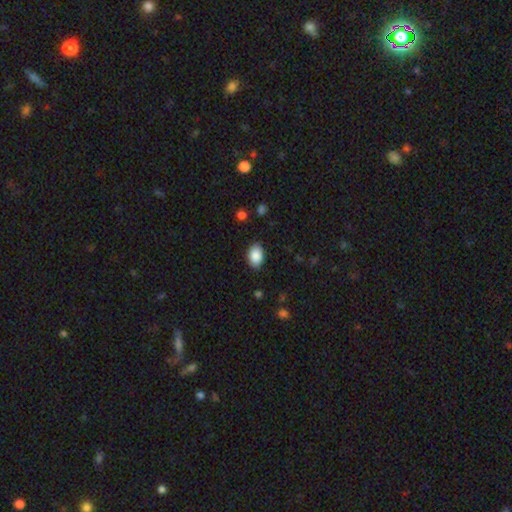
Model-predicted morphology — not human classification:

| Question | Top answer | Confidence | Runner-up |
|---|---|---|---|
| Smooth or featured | smooth | 89% | star or artifact (7%) |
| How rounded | in between | 85% | round (14%) |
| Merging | none | 86% | minor disturbance (10%) |